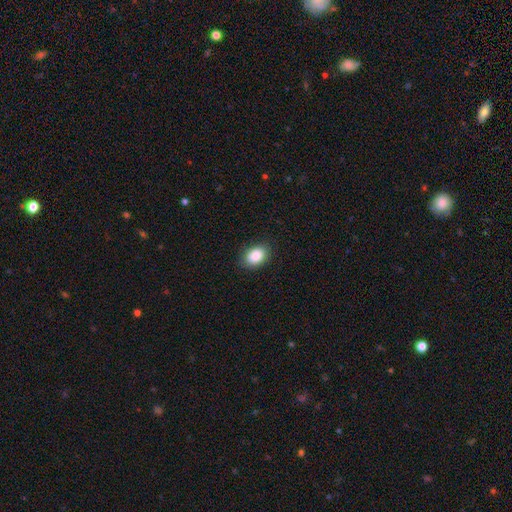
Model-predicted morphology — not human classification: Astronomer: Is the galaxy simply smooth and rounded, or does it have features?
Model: smooth — 87%.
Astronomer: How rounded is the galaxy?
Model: in between — 80%.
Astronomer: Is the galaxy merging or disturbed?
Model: none — 86%.